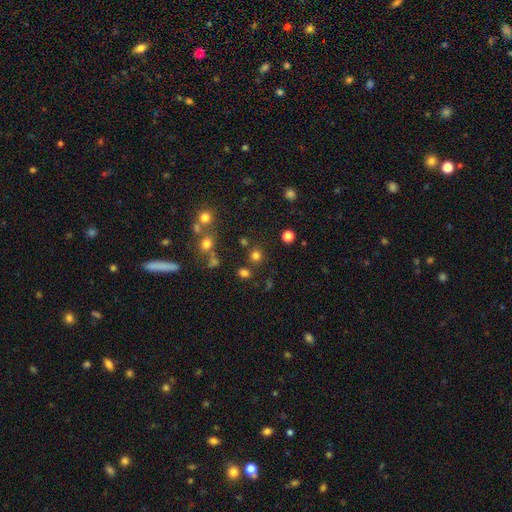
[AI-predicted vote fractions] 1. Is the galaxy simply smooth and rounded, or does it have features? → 75% smooth, 20% star or artifact, 6% featured or disk.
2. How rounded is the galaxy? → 88% round, 11% in between, 1% cigar-shaped.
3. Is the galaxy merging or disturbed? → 80% none, 9% merger, 8% minor disturbance, 3% major disturbance.